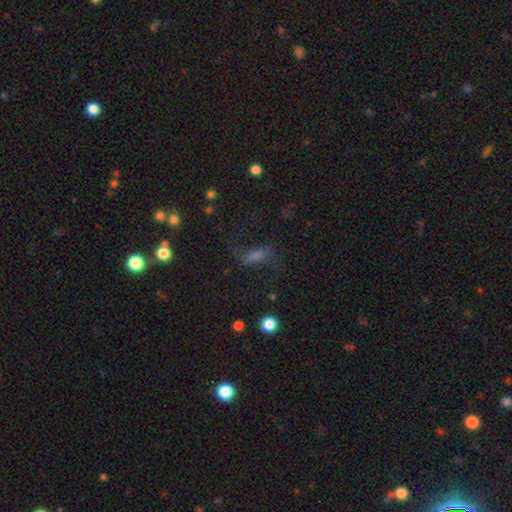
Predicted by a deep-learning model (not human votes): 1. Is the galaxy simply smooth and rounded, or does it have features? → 46% featured or disk, 32% smooth, 22% star or artifact.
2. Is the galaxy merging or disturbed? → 65% none, 17% minor disturbance, 16% major disturbance, 3% merger.